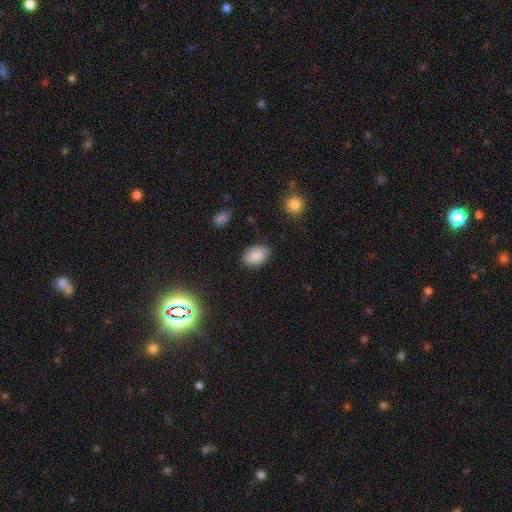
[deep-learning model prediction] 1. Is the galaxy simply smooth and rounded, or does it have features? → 88% smooth, 8% star or artifact, 5% featured or disk.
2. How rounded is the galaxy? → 89% in between, 10% round, 1% cigar-shaped.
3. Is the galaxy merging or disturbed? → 85% none, 11% minor disturbance, 3% major disturbance, 1% merger.